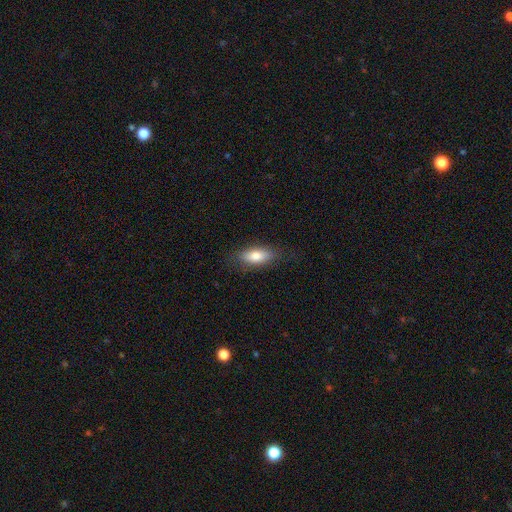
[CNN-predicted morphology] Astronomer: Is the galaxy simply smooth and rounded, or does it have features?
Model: smooth — 78%.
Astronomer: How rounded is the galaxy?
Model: in between — 79%.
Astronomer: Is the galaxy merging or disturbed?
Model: none — 81%.